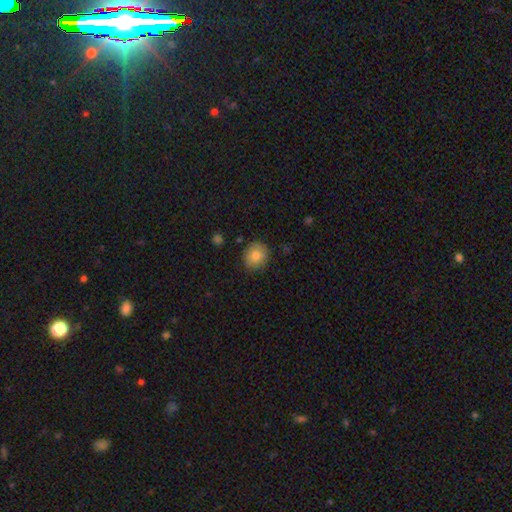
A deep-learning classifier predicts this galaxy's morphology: This is likely a smooth galaxy (80%). How rounded: likely round (77%). Merging: clearly none (84%).